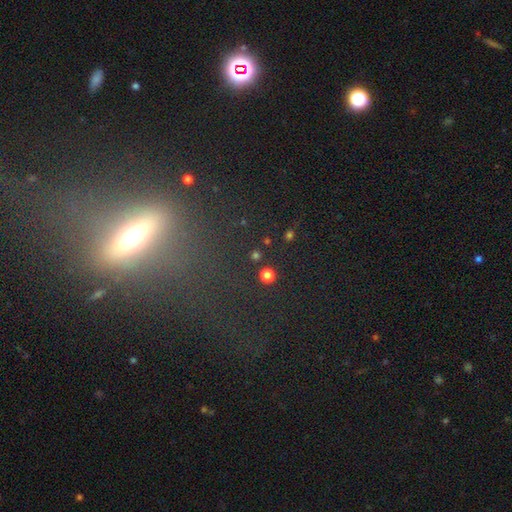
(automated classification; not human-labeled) star or artifact 46%, smooth 43%, featured or disk 10%.